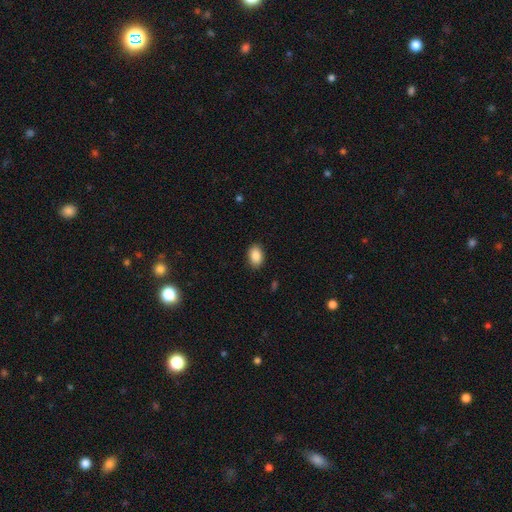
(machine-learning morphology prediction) A smooth galaxy with no disk features (89%) that is in between round and cigar-shaped (88%).

Vote fractions:
- Smooth or featured? smooth: 89% / star or artifact: 8% / featured or disk: 4%
- How rounded? in between: 88% / round: 11% / cigar-shaped: 1%
- Merging? none: 88% / minor disturbance: 9% / major disturbance: 2% / merger: 1%